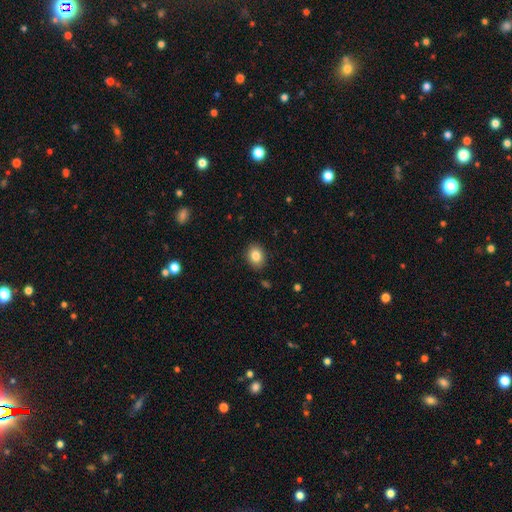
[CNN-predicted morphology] smooth 84%, star or artifact 9%, featured or disk 7%. Down the decision tree: how rounded — in between (56%); merging — none (88%).